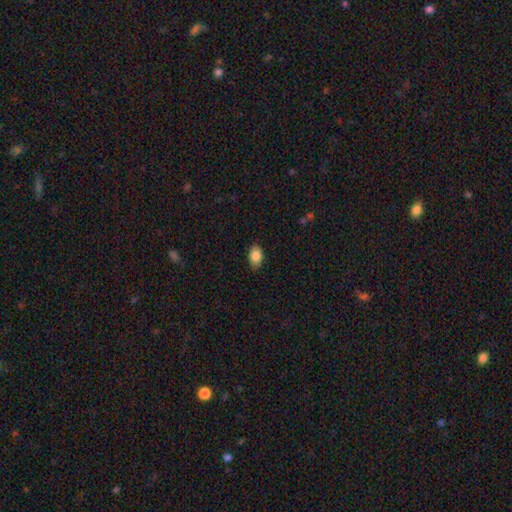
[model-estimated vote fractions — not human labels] smooth_or_featured: smooth (p=0.86) [alt: star or artifact p=0.08]
how_rounded: in between (p=0.89) [alt: round p=0.09]
merging: none (p=0.85) [alt: minor disturbance p=0.12]